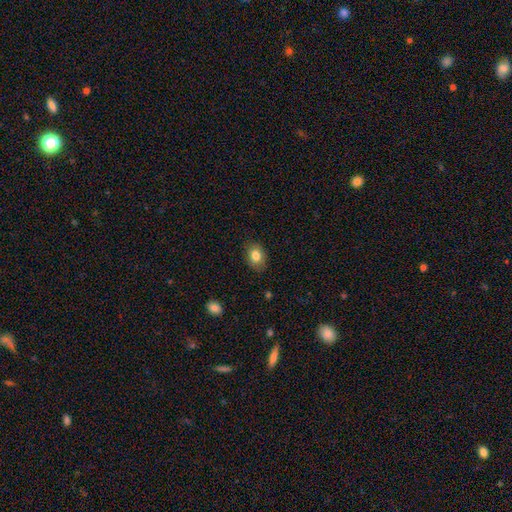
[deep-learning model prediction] Morphology: type=smooth (82%); roundness=in between (67%); merging=none (84%).